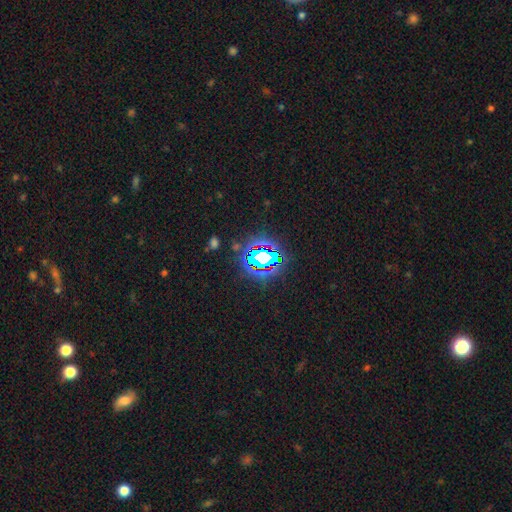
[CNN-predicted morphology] Smooth or featured?
  - star or artifact: 82% *
  - smooth: 11%
  - featured or disk: 7%